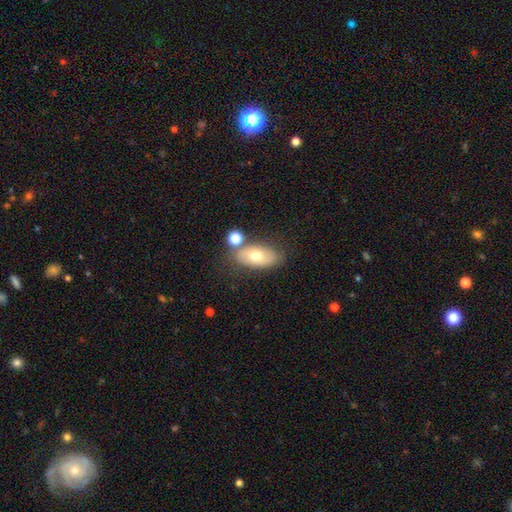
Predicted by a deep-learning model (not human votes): smooth 63%, featured or disk 28%, star or artifact 9%. Down the decision tree: how rounded — in between (88%); merging — none (63%).